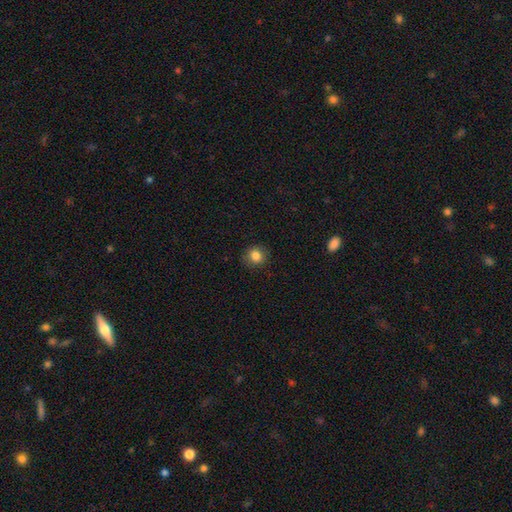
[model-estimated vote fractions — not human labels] Overall: smooth (84%). How rounded: round (79%). Merging: none (85%).